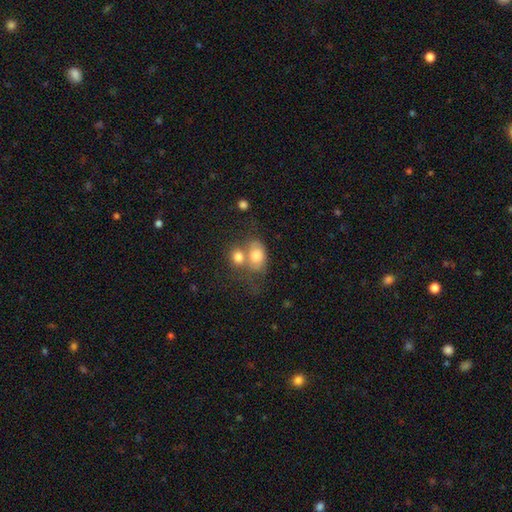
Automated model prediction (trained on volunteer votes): The model was most divided on "merging": merger: 53%, none: 26%, minor disturbance: 13%, major disturbance: 8%. More confident: smooth or featured — smooth (74%); how rounded — in between (69%).